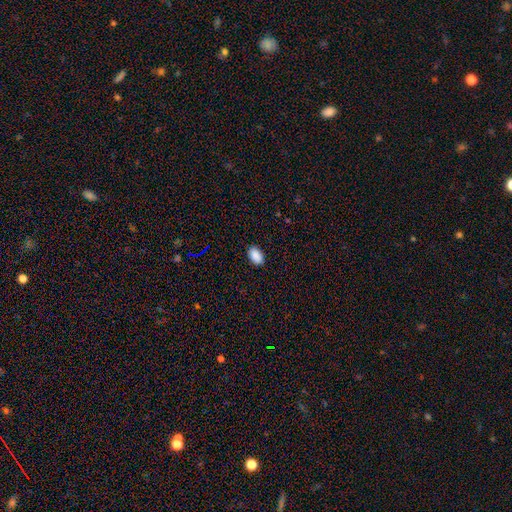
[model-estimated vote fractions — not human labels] smooth-or-featured: smooth: 90% | star or artifact: 8% | featured or disk: 3%
  how-rounded: in between: 92% | round: 7% | cigar-shaped: 1%
  merging: none: 88% | minor disturbance: 9% | major disturbance: 2% | merger: 1%